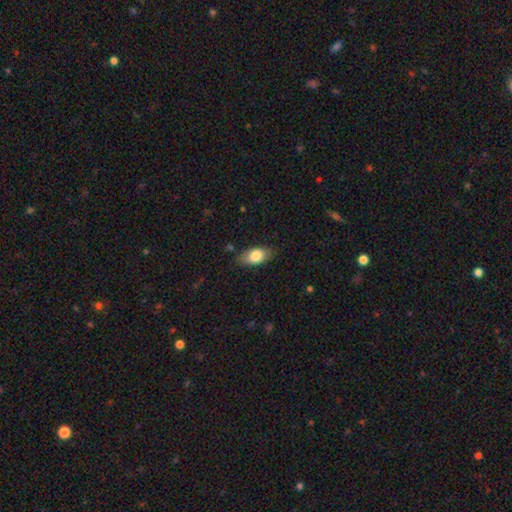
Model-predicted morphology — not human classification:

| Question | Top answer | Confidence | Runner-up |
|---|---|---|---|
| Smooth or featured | smooth | 78% | featured or disk (15%) |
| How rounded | in between | 90% | cigar-shaped (5%) |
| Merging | none | 81% | minor disturbance (15%) |